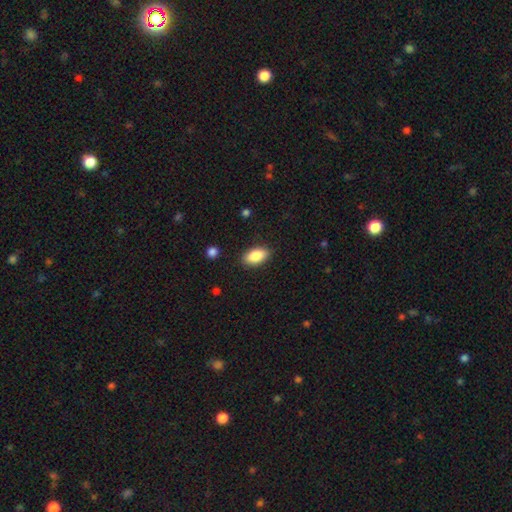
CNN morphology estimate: Overall: smooth (87%). How rounded: in between (93%). Merging: none (88%).